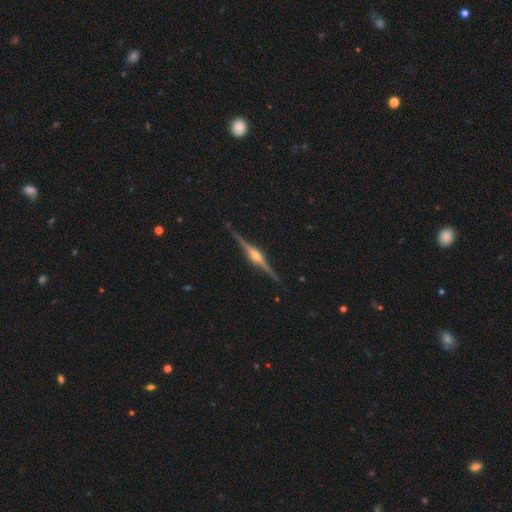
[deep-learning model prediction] A featured or disk galaxy (89%) viewed edge-on (98%) with a rounded central bulge (92%). Merging: none (90%).